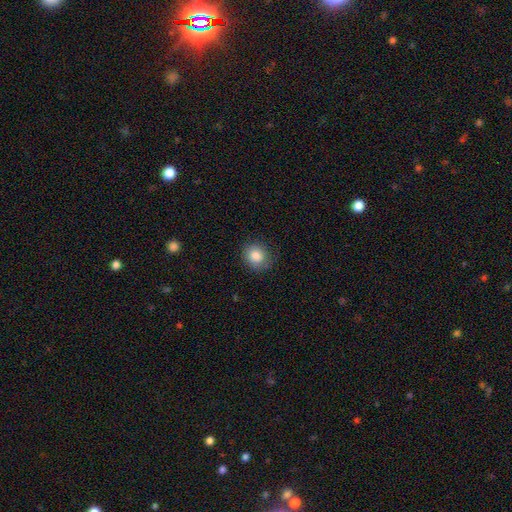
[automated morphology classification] smooth_or_featured: smooth (p=0.85) [alt: star or artifact p=0.09]
how_rounded: round (p=0.84) [alt: in between p=0.15]
merging: none (p=0.82) [alt: minor disturbance p=0.13]